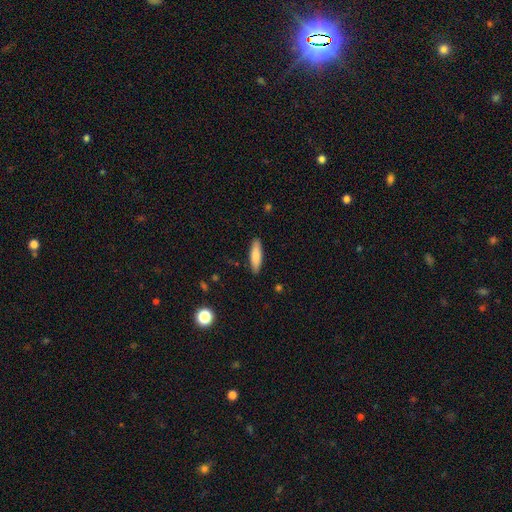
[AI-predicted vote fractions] Overall: smooth (81%). How rounded: cigar-shaped (64%; in between 35%). Merging: none (88%).